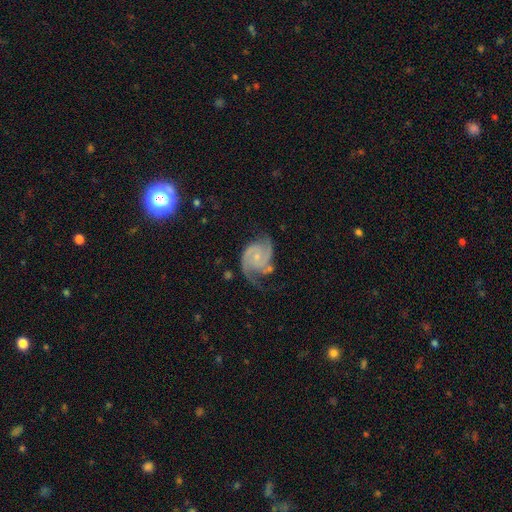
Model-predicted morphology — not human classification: Smooth or featured? Predicted: featured or disk (p=0.89). Edge-on disk? Predicted: no (p=0.98). Bar? Predicted: no (p=0.66). Spiral arms? Predicted: yes (p=0.98). Spiral winding? Predicted: medium (p=0.52). Spiral arm count? Predicted: 2 (p=0.82). Bulge size? Predicted: small (p=0.69). Merging? Predicted: none (p=0.59).